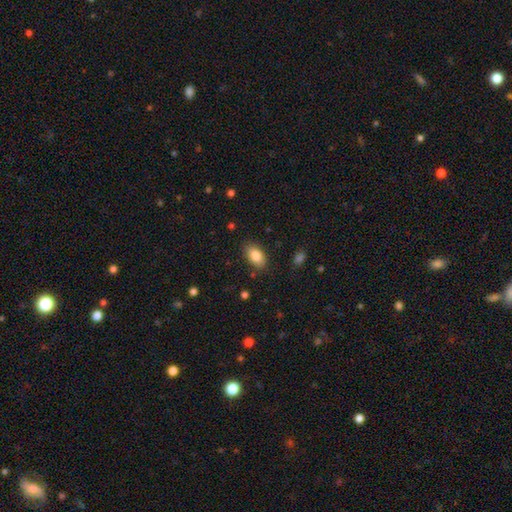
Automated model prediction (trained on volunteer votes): This is clearly a smooth galaxy (85%). How rounded: clearly in between (91%). Merging: clearly none (83%).